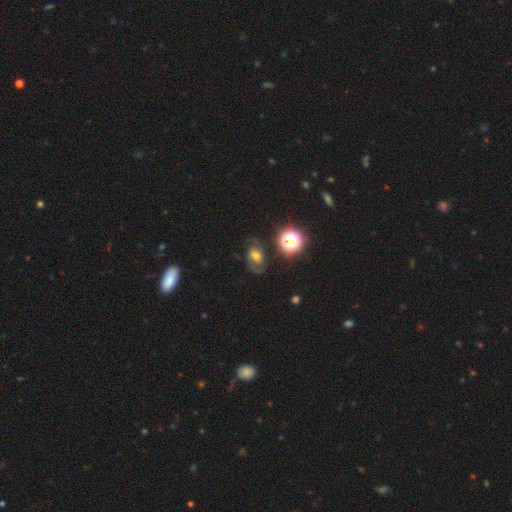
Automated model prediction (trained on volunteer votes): Morphology: type=featured or disk (50%); edge-on=no (95%); merging=none (64%).